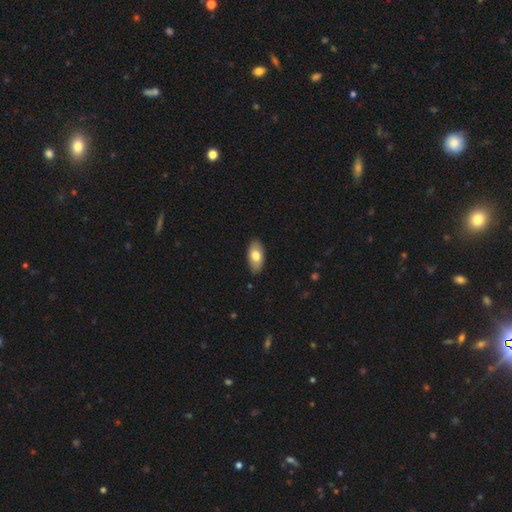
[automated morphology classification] smooth-or-featured: smooth: 74% | featured or disk: 20% | star or artifact: 6%
  how-rounded: in between: 93% | cigar-shaped: 4% | round: 3%
  merging: none: 86% | minor disturbance: 12% | major disturbance: 2% | merger: 1%